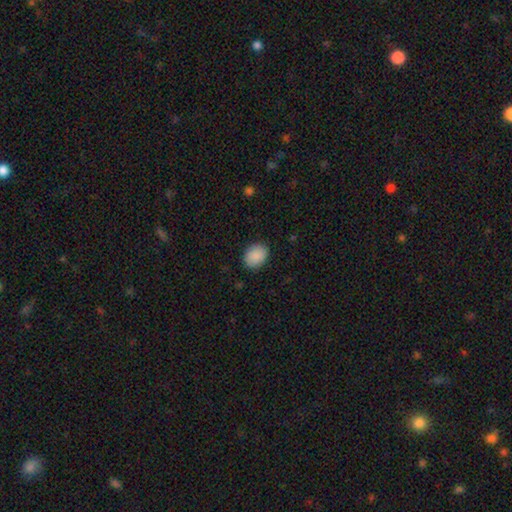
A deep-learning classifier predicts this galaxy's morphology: This appears to be a smooth galaxy with no disk features (90%) that is in between round and cigar-shaped (64%). Merging: none (87%).